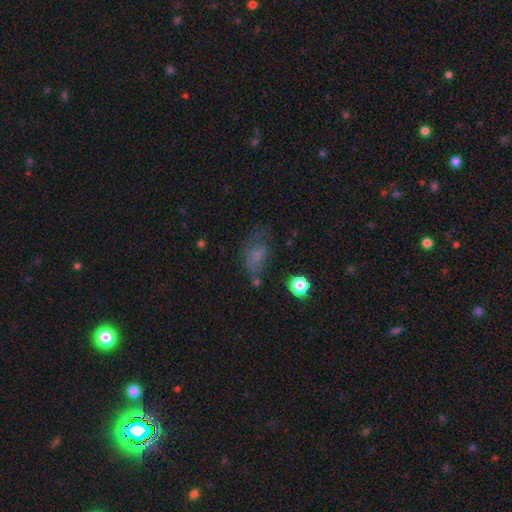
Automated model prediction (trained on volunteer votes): A smooth galaxy with no disk features (60%) that is in between round and cigar-shaped (79%).

Vote fractions:
- Smooth or featured? smooth: 60% / featured or disk: 21% / star or artifact: 19%
- How rounded? in between: 79% / round: 18% / cigar-shaped: 4%
- Merging? none: 42% / minor disturbance: 26% / major disturbance: 26% / merger: 6%